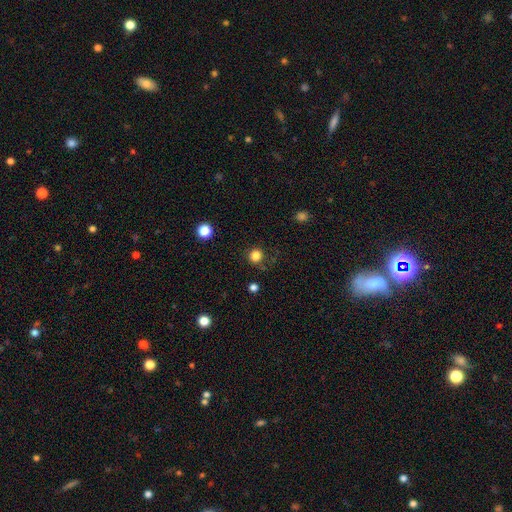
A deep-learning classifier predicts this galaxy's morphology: A smooth galaxy with no disk features (83%) that is round (92%).

Vote fractions:
- Smooth or featured? smooth: 83% / star or artifact: 13% / featured or disk: 4%
- How rounded? round: 92% / in between: 7% / cigar-shaped: 1%
- Merging? none: 84% / minor disturbance: 10% / major disturbance: 4% / merger: 2%